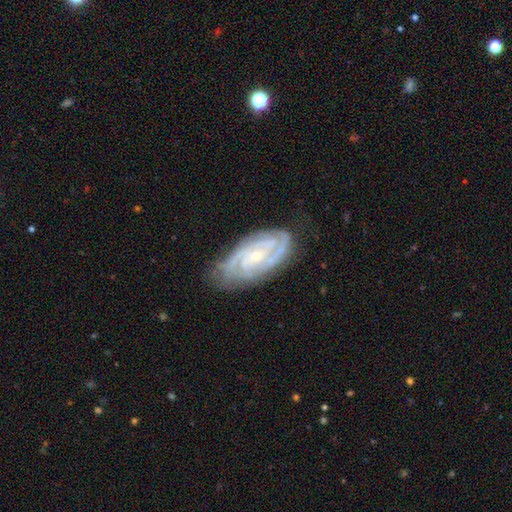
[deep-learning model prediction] This is clearly a featured or disk galaxy (87%). It is clearly not viewed edge-on (95%). Bar: possibly no (56%). Spiral arm pattern: clearly yes (97%). Spiral arm count: marginally 3 (29%). Spiral winding: likely tight (67%). Central bulge: likely small (73%). Merging: likely none (76%).